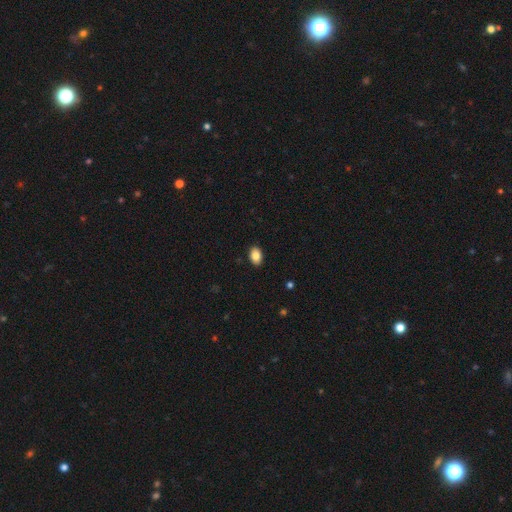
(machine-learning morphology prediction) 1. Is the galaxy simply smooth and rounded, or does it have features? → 86% smooth, 8% star or artifact, 6% featured or disk.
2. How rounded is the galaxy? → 86% in between, 13% round, 1% cigar-shaped.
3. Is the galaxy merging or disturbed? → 90% none, 7% minor disturbance, 2% major disturbance, 1% merger.